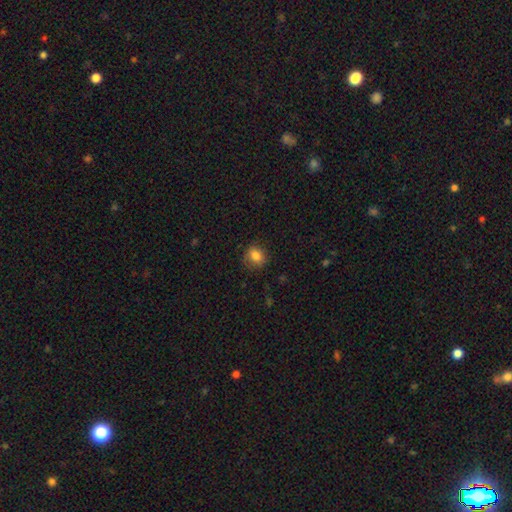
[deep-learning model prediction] smooth 83%, star or artifact 10%, featured or disk 7%. Down the decision tree: how rounded — round (62%); merging — none (77%).